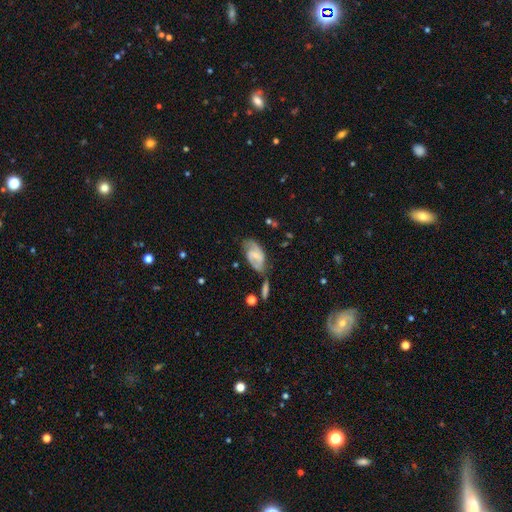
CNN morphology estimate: smooth-or-featured: featured or disk: 74% | smooth: 20% | star or artifact: 6%
  disk-edge-on: no: 95% | yes: 5%
    bar: weak: 46% | no: 38% | strong: 15%
    has-spiral-arms: yes: 92% | no: 8%
      spiral-winding: medium: 49% | tight: 31% | loose: 20%
      spiral-arm-count: 2: 81% | can't tell: 10% | 1: 3% | 3: 3% | 4: 1% | more than 4: 1%
    bulge-size: small: 60% | moderate: 27% | none: 10% | large: 2% | dominant: 1%
  merging: none: 57% | minor disturbance: 23% | merger: 11% | major disturbance: 10%